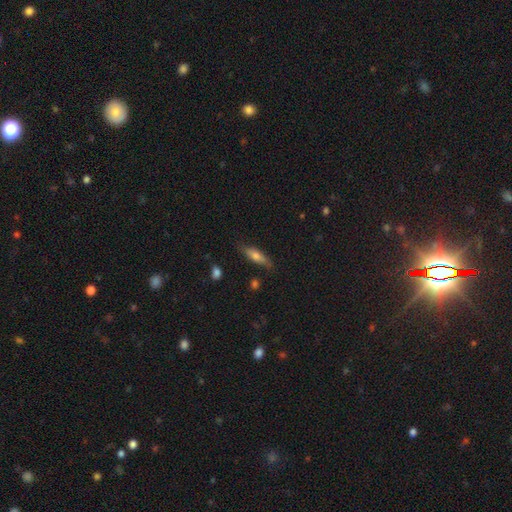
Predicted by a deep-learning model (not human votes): smooth 63%, featured or disk 30%, star or artifact 7%. Down the decision tree: how rounded — cigar-shaped (59%); merging — none (75%).